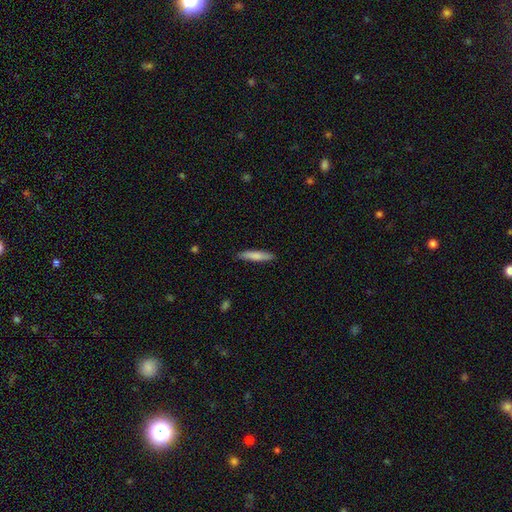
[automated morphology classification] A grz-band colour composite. It shows a smooth galaxy with no disk features (79%) that is cigar-shaped (88%). Merging: none (87%).